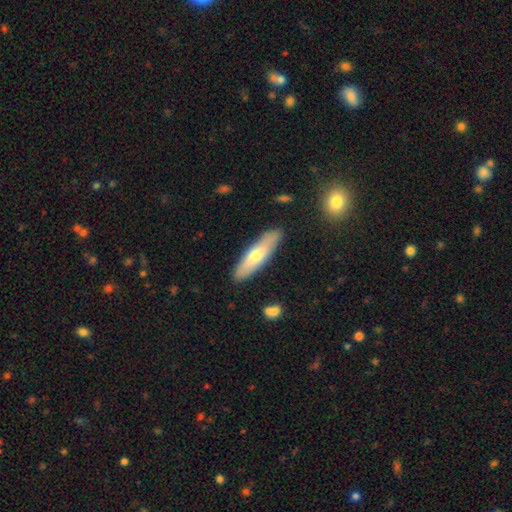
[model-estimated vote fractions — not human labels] Morphology: type=smooth (60%); roundness=cigar-shaped (68%); merging=none (87%).